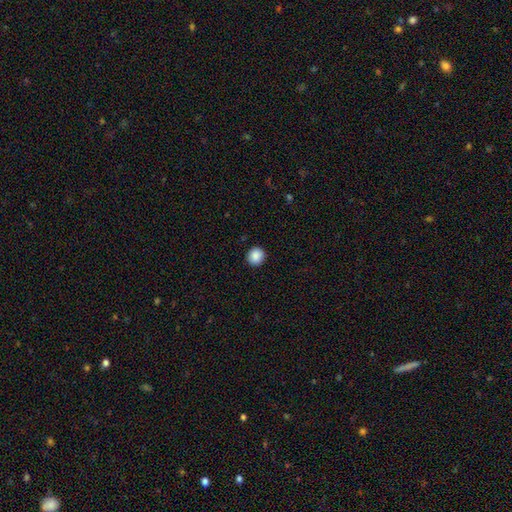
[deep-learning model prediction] A smooth galaxy with no disk features (88%) that is round (92%). Merging: none (92%).